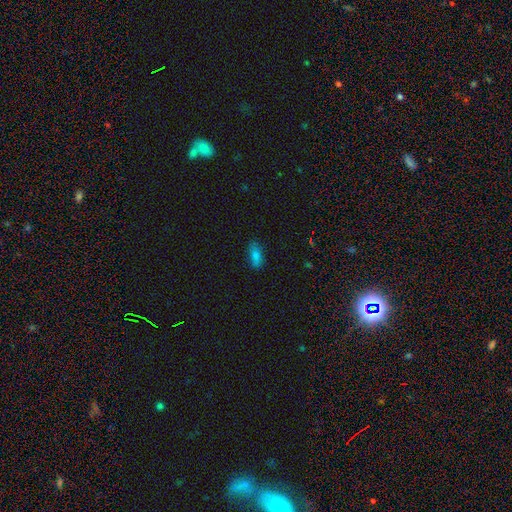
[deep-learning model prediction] This appears to be a smooth galaxy with no disk features (79%) that is in between round and cigar-shaped (80%). Merging: none (81%).